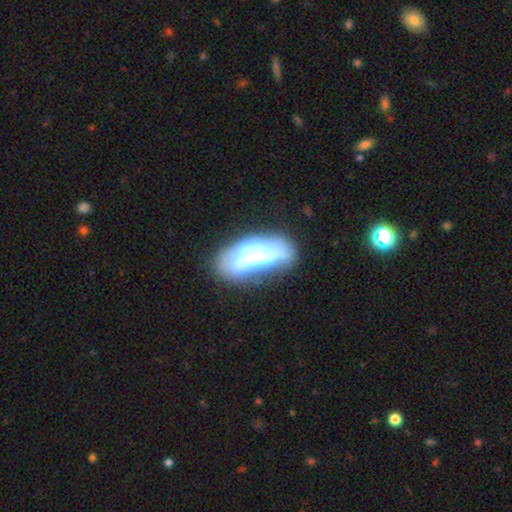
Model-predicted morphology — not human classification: This is possibly a featured or disk galaxy (49%). Merging: possibly none (45%).